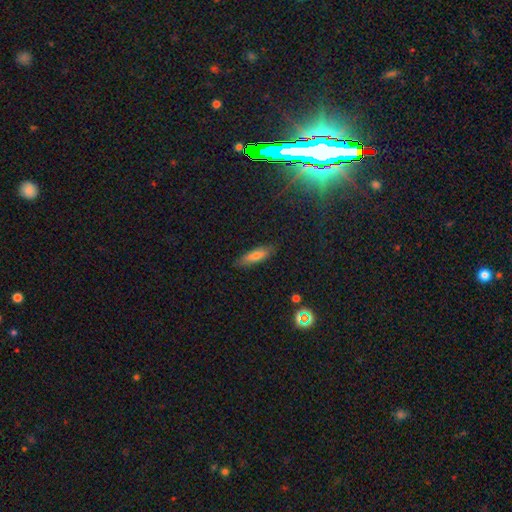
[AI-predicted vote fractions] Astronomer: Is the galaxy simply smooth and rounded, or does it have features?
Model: smooth — 73%.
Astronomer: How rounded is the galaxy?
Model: cigar-shaped — 54% (runner-up: in between, 44%).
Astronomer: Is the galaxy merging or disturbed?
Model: none — 85%.